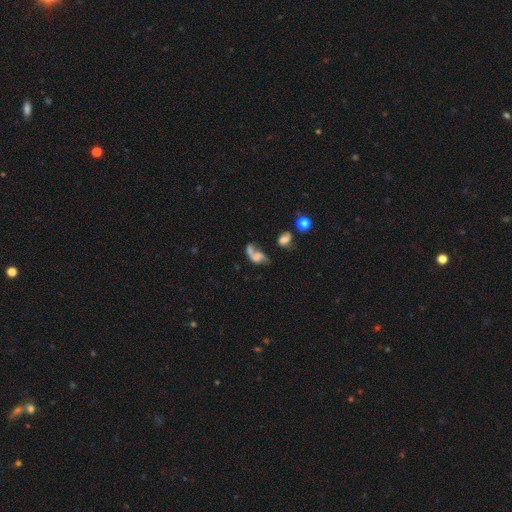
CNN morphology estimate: Smooth or featured: featured or disk — 48% (smooth — 38%)
Merging: merger — 52% (none — 21%)